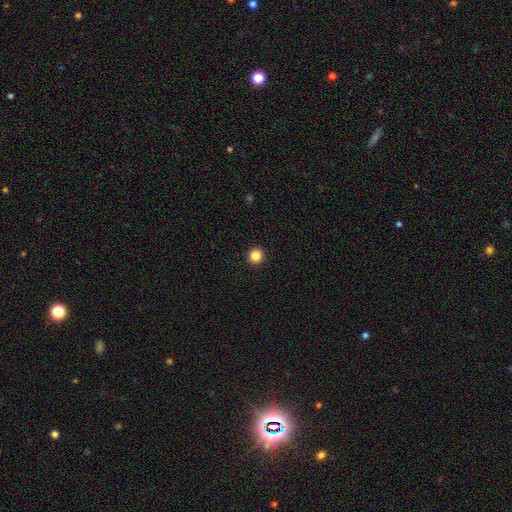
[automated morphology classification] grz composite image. It shows a smooth galaxy with no disk features (86%) that is round (96%). Merging: none (94%).